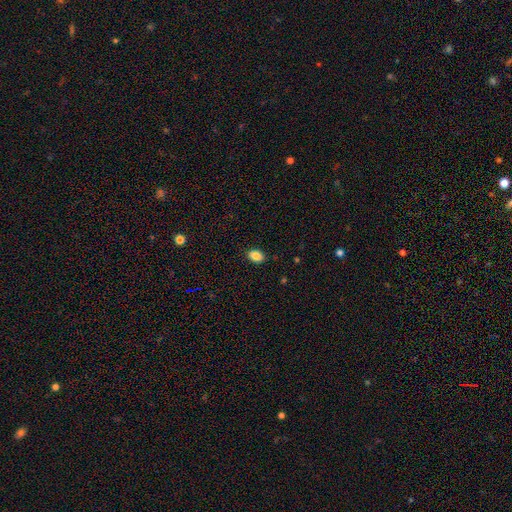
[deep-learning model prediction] Smooth or featured: smooth — 87% (star or artifact — 9%)
How rounded: in between — 80% (round — 19%)
Merging: none — 89% (minor disturbance — 8%)